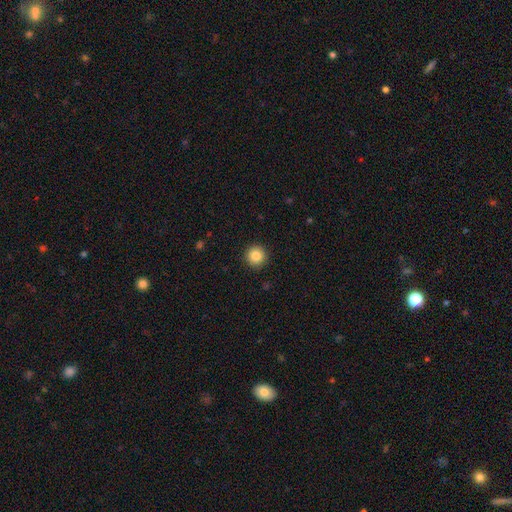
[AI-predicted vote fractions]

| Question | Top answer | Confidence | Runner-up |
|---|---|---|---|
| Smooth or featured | smooth | 85% | star or artifact (10%) |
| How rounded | round | 96% | in between (3%) |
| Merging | none | 93% | minor disturbance (5%) |